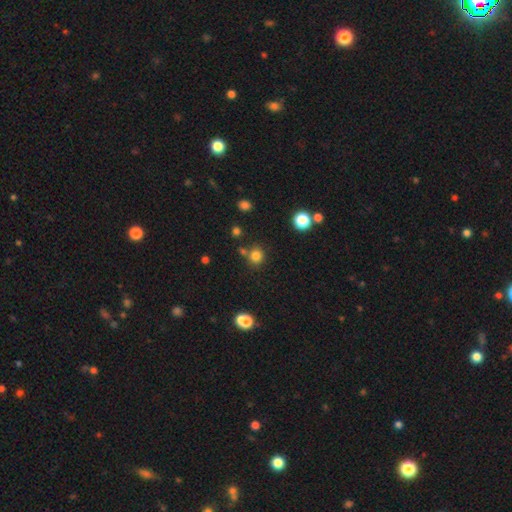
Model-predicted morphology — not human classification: type=smooth (80%); roundness=round (89%); merging=none (75%).